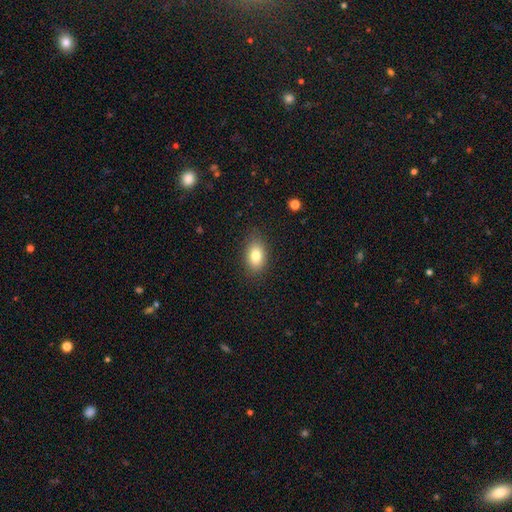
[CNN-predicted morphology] Smooth or featured? Predicted: smooth (p=0.80). How rounded? Predicted: in between (p=0.84). Merging? Predicted: none (p=0.85).